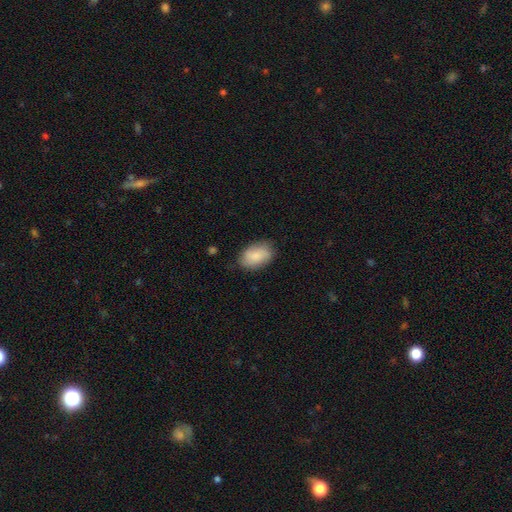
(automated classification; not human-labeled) Smooth or featured? smooth (83%)
How rounded? in between (90%)
Merging? none (78%)